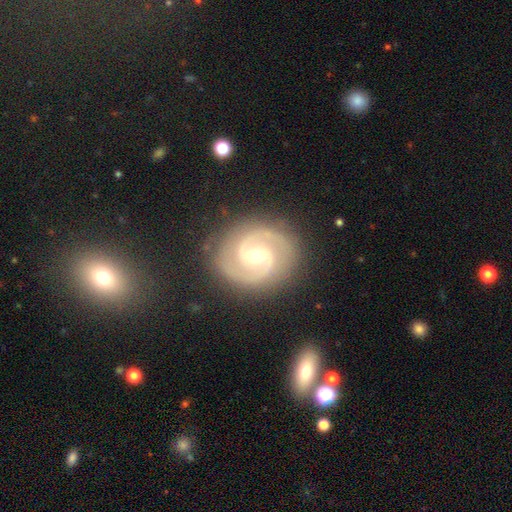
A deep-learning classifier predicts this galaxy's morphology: This is clearly a featured or disk galaxy (92%). It is clearly not viewed edge-on (98%). Bar: possibly no (52%). Spiral arm pattern: clearly yes (98%). Spiral arm count: clearly 2 (90%). Spiral winding: possibly tight (49%). Central bulge: possibly small (57%). Merging: clearly none (87%).